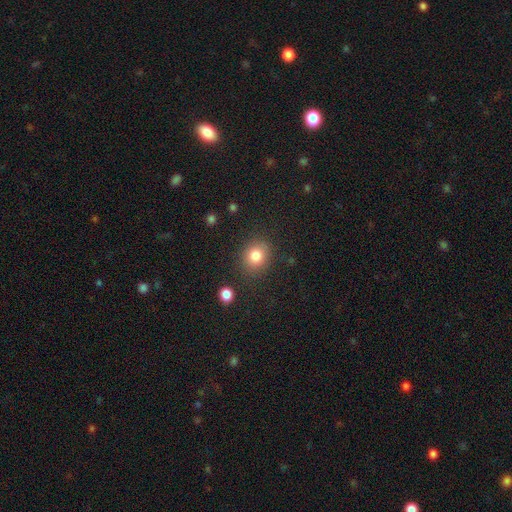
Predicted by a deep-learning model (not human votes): Smooth or featured? Predicted: smooth (p=0.83). How rounded? Predicted: round (p=0.69). Merging? Predicted: none (p=0.83).